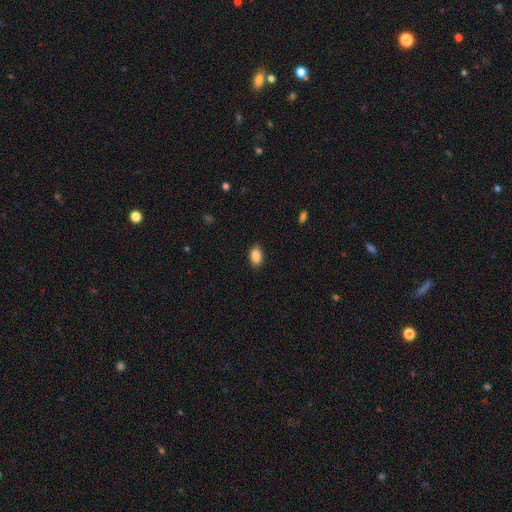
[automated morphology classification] This appears to be a smooth galaxy with no disk features (88%) that is in between round and cigar-shaped (88%). Merging: none (87%).